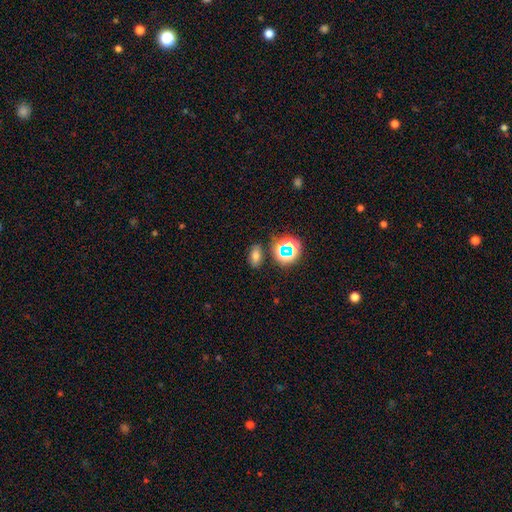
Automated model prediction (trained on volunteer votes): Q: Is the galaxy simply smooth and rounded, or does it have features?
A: smooth — 66%.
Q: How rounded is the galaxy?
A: in between — 83%.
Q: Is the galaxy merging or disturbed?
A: none — 81%.